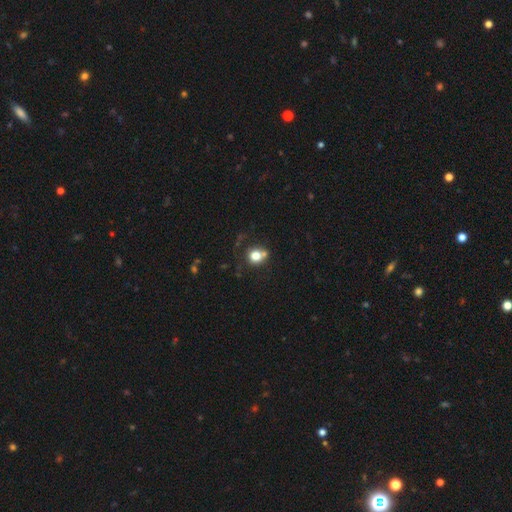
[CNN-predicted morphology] smooth_or_featured: smooth (p=0.77) [alt: star or artifact p=0.12]
how_rounded: round (p=0.82) [alt: in between p=0.17]
merging: none (p=0.57) [alt: merger p=0.22]